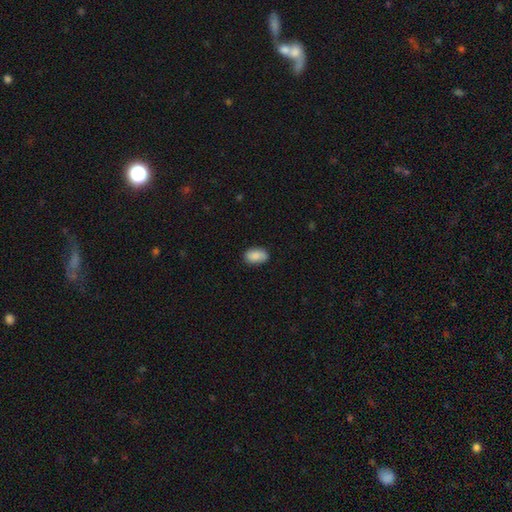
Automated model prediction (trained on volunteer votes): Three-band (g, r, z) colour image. It shows a smooth galaxy with no disk features (88%) that is in between round and cigar-shaped (89%). Merging: none (80%).